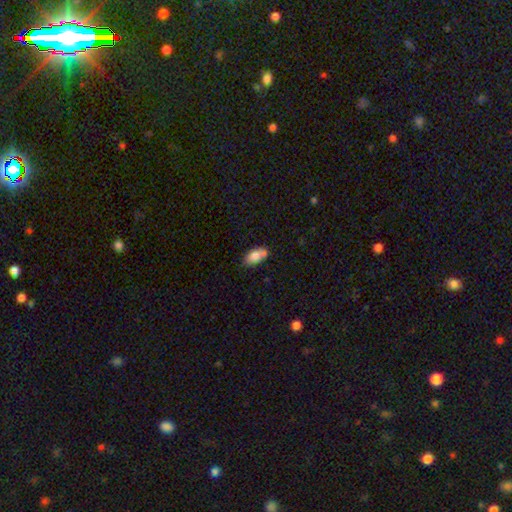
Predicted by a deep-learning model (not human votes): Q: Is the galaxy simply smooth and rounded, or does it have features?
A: smooth — 80%.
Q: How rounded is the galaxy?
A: in between — 91%.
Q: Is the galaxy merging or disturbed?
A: none — 57%.